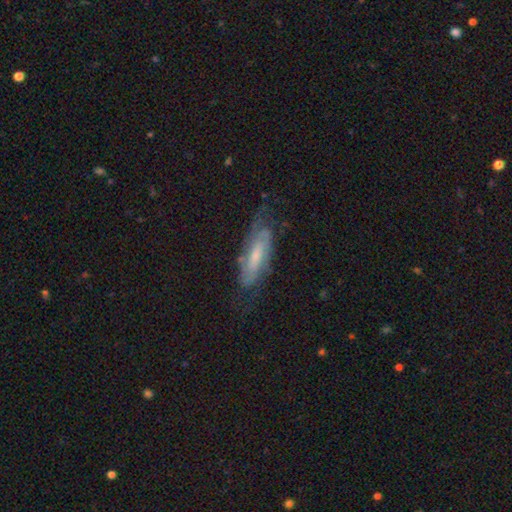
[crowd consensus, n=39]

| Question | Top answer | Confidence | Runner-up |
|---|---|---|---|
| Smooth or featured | featured or disk | 67% | smooth (31%) |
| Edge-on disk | no | 73% | yes (27%) |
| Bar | no | 53% | weak (37%) |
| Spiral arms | yes | 84% | no (16%) |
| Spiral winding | tight | 69% | loose (19%) |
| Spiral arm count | can't tell | 75% | 2 (19%) |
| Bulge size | moderate | 47% | small (32%) |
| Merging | none | 71% | minor disturbance (24%) |